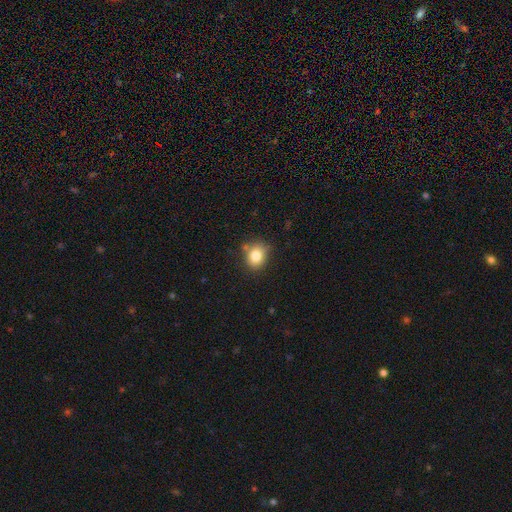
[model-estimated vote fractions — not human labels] Smooth or featured? smooth (82%)
How rounded? round (61%)
Merging? none (75%)